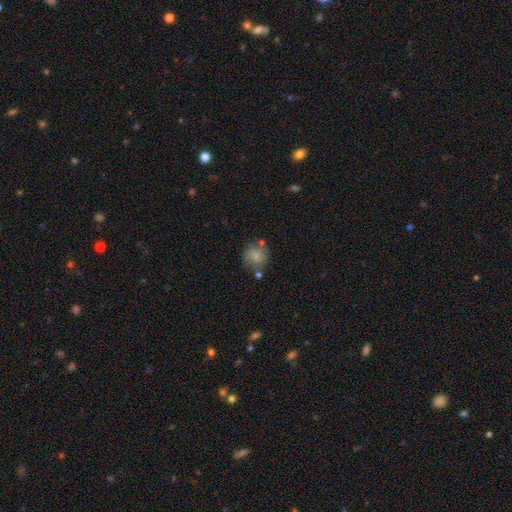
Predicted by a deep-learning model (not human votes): smooth-or-featured: smooth: 71% | featured or disk: 20% | star or artifact: 9%
  how-rounded: round: 82% | in between: 17% | cigar-shaped: 1%
  merging: none: 58% | minor disturbance: 21% | merger: 13% | major disturbance: 8%